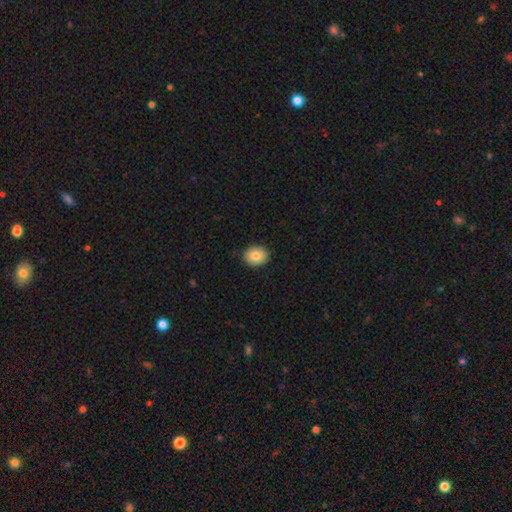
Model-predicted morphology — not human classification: This appears to be a smooth galaxy with no disk features (86%) that is round (52%). Merging: none (89%).